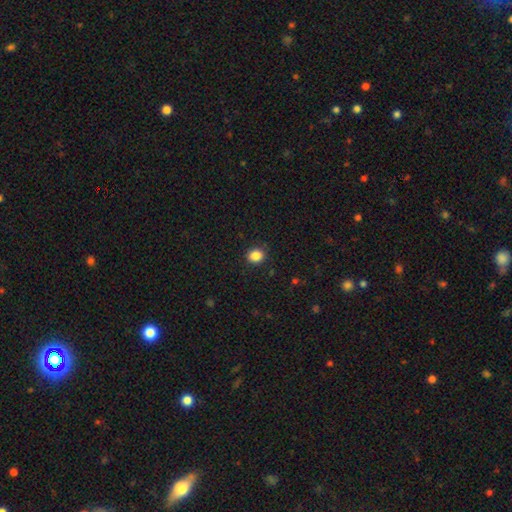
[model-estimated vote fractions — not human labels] Smooth or featured: smooth — 86% (star or artifact — 10%)
How rounded: round — 70% (in between — 29%)
Merging: none — 89% (minor disturbance — 7%)